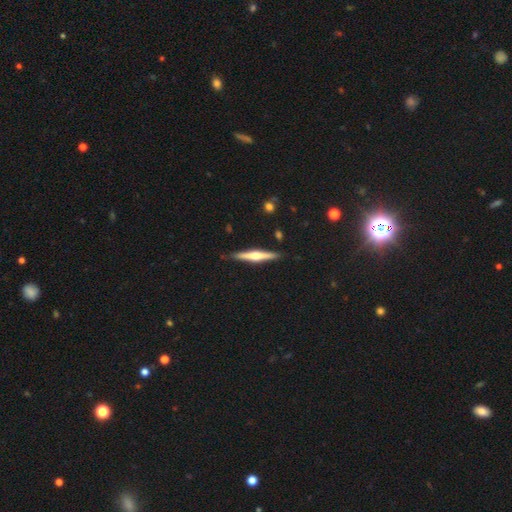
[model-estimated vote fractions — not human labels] This is likely a featured or disk galaxy (67%). It is clearly viewed edge-on (98%). Edge-on bulge: clearly rounded (87%). Merging: clearly none (88%).